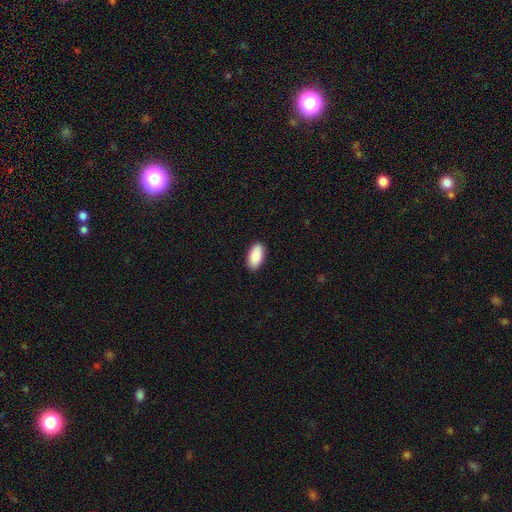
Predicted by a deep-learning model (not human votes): Overall: smooth (90%). How rounded: in between (95%). Merging: none (90%).